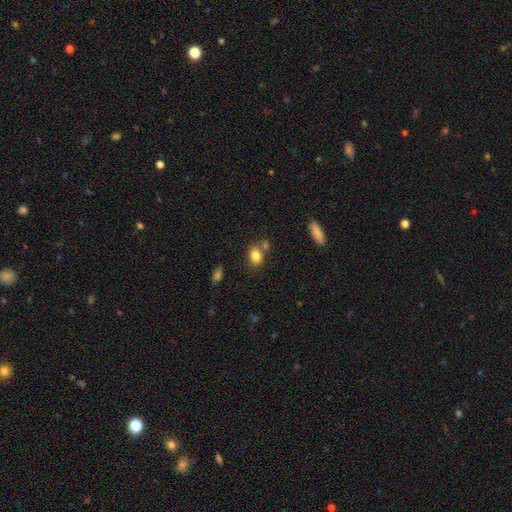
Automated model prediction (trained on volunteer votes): Smooth or featured? Predicted: smooth (p=0.81). How rounded? Predicted: in between (p=0.65). Merging? Predicted: none (p=0.64).